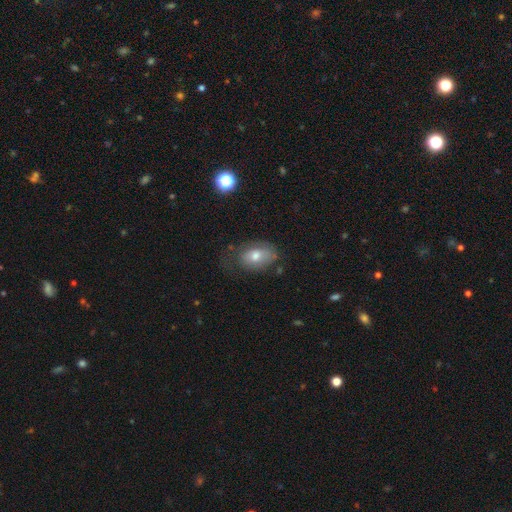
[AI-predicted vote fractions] Morphology: type=smooth (65%); roundness=in between (84%); merging=none (53%).